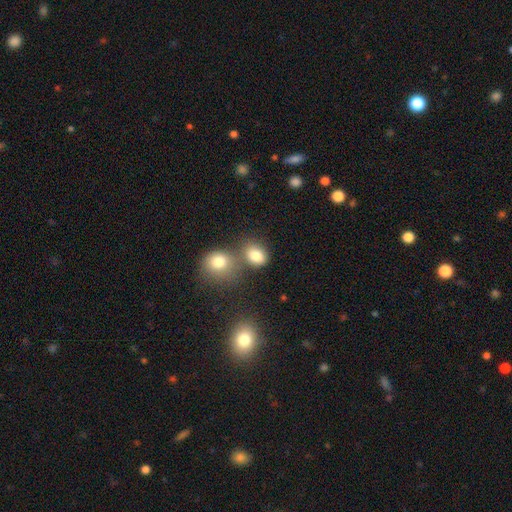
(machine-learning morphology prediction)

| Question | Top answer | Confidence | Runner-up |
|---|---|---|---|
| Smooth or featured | smooth | 81% | star or artifact (12%) |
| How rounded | in between | 52% | round (47%) |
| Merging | none | 54% | merger (29%) |